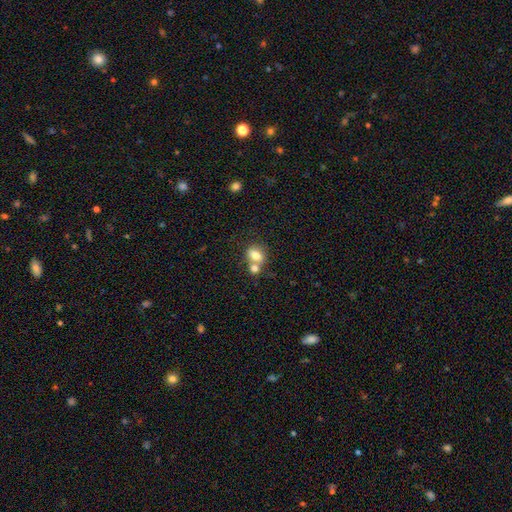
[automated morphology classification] Smooth or featured: smooth — 75% (featured or disk — 15%)
How rounded: in between — 59% (round — 39%)
Merging: merger — 48% (none — 38%)